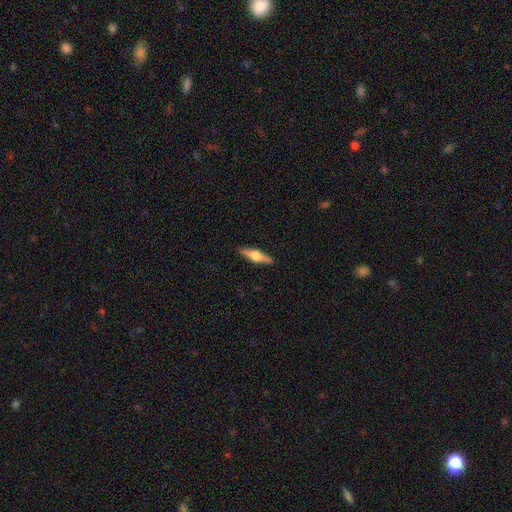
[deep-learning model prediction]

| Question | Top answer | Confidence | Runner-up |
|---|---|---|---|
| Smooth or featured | featured or disk | 60% | smooth (35%) |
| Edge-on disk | yes | 96% | no (4%) |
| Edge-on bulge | rounded | 94% | boxy (4%) |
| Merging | none | 91% | minor disturbance (7%) |